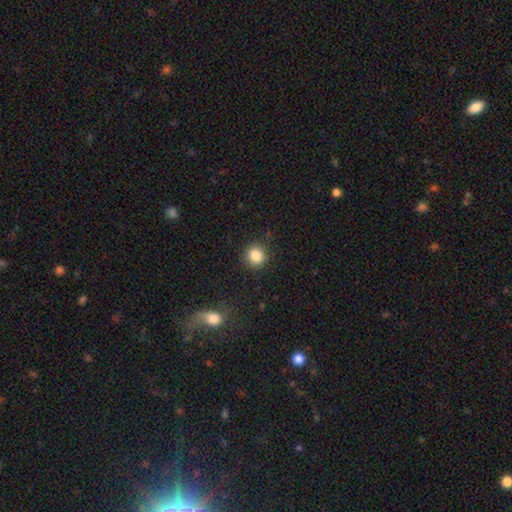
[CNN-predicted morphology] The model was most divided on "smooth or featured": smooth: 86%, star or artifact: 10%, featured or disk: 4%. More confident: how rounded — round (91%); merging — none (90%).